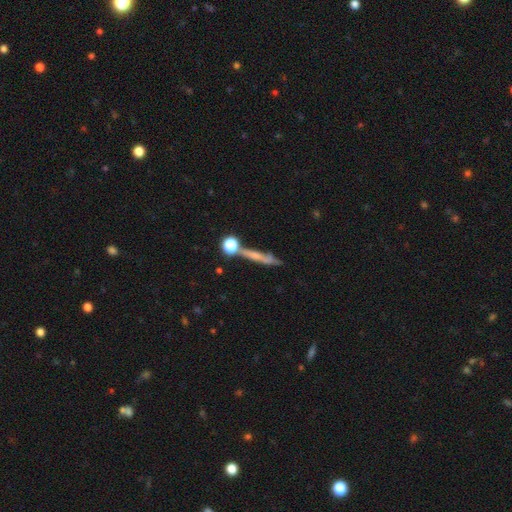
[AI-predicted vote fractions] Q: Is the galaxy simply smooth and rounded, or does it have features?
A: smooth — 43%, tied with featured or disk.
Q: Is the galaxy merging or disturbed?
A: none — 61%.